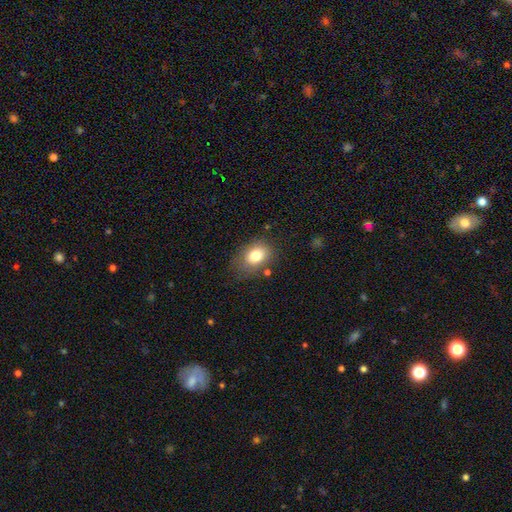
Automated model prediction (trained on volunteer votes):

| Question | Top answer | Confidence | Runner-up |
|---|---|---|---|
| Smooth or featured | smooth | 78% | featured or disk (13%) |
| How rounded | in between | 72% | round (26%) |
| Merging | none | 68% | minor disturbance (20%) |